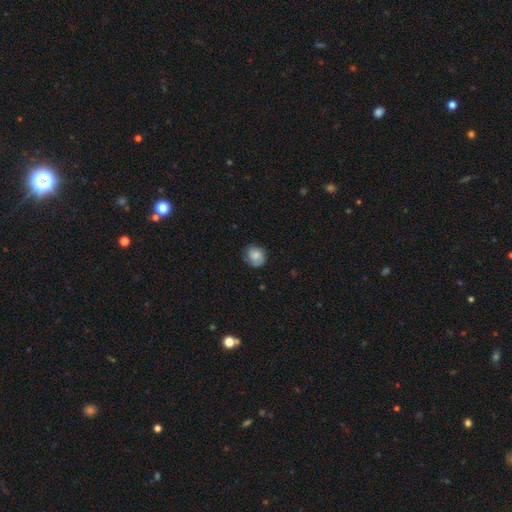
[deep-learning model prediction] Smooth or featured? smooth (60%)
How rounded? round (71%)
Merging? none (71%)